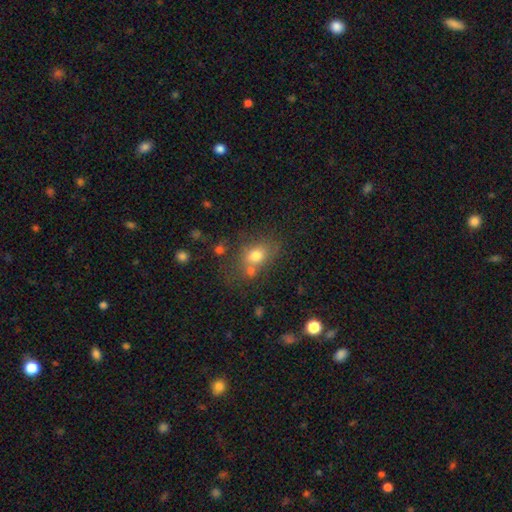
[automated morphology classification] A smooth galaxy with no disk features (74%) that is in between round and cigar-shaped (55%).

Vote fractions:
- Smooth or featured? smooth: 74% / featured or disk: 13% / star or artifact: 12%
- How rounded? in between: 55% / round: 44% / cigar-shaped: 2%
- Merging? none: 50% / merger: 23% / minor disturbance: 18% / major disturbance: 9%